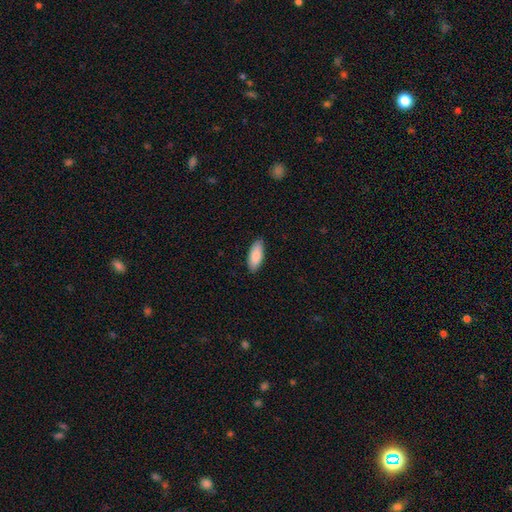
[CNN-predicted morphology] The model was most divided on "how rounded": in between: 78%, cigar-shaped: 20%, round: 2%. More confident: merging — none (89%); smooth or featured — smooth (87%).